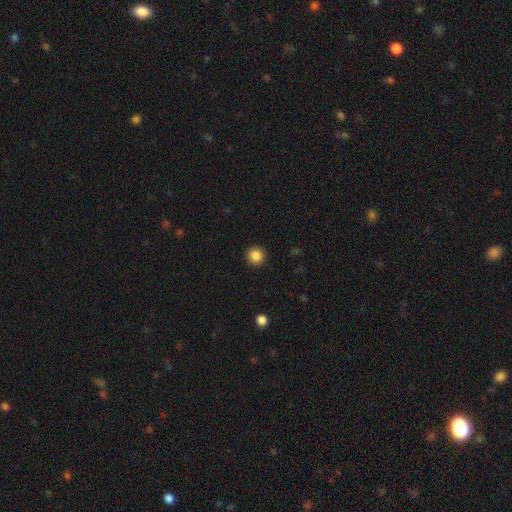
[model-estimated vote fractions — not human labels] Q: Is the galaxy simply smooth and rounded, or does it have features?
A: smooth — 86%.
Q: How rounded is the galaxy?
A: round — 95%.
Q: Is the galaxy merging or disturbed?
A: none — 93%.